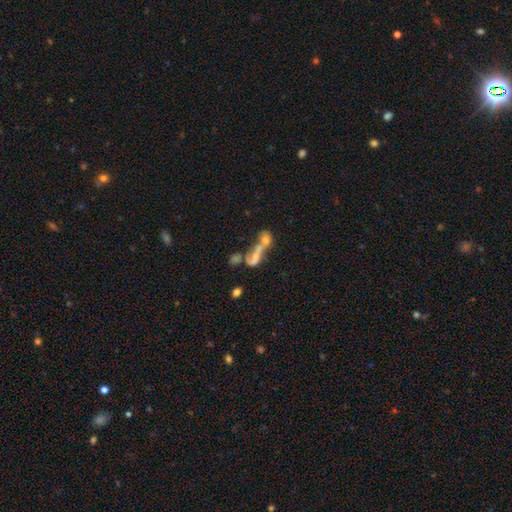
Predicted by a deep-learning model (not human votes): Smooth or featured: smooth — 46% (featured or disk — 40%)
Merging: merger — 66% (none — 14%)